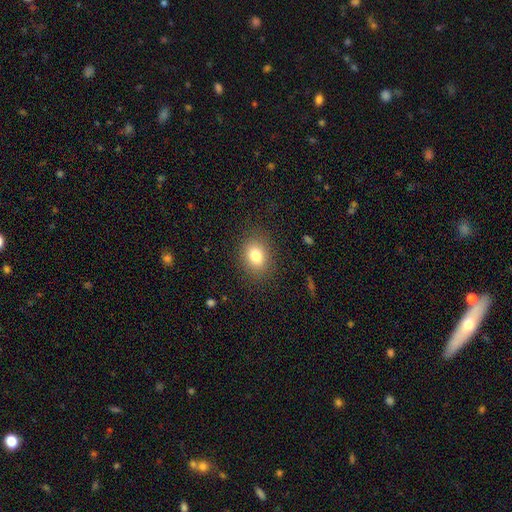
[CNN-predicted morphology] Smooth or featured? Predicted: smooth (p=0.81). How rounded? Predicted: in between (p=0.57). Merging? Predicted: none (p=0.86).